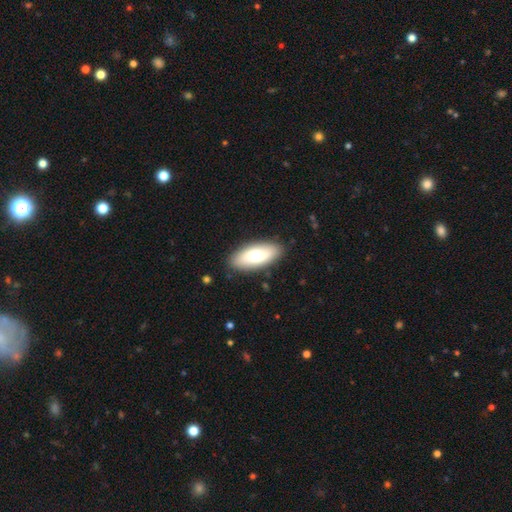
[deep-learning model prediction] Smooth or featured? smooth (68%)
How rounded? in between (85%)
Merging? none (88%)